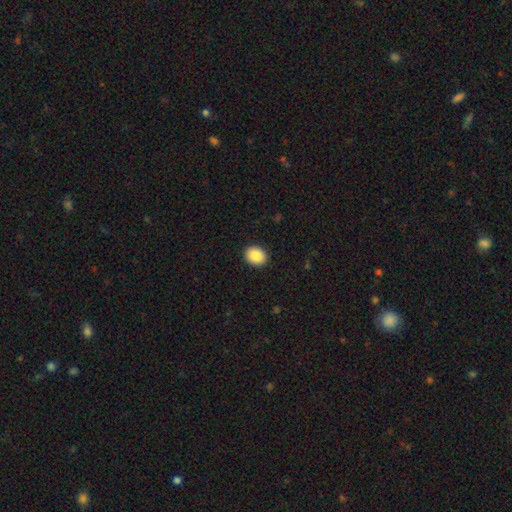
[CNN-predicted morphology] Q: Smooth or featured?
A: smooth (88%); runner-up: star or artifact (8%)
Q: How rounded?
A: round (55%); runner-up: in between (44%)
Q: Merging?
A: none (92%); runner-up: minor disturbance (5%)